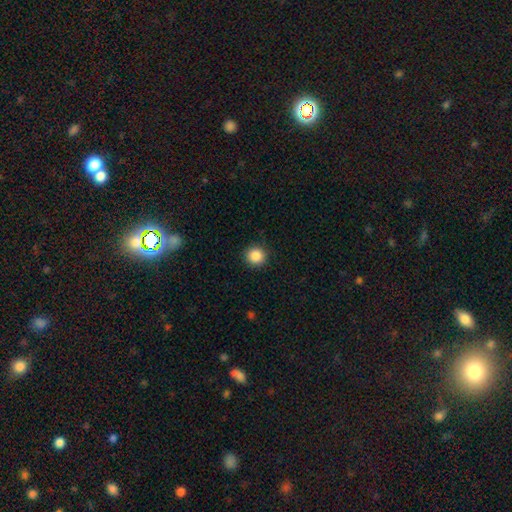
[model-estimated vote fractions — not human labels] Overall: smooth (87%). How rounded: round (93%). Merging: none (91%).